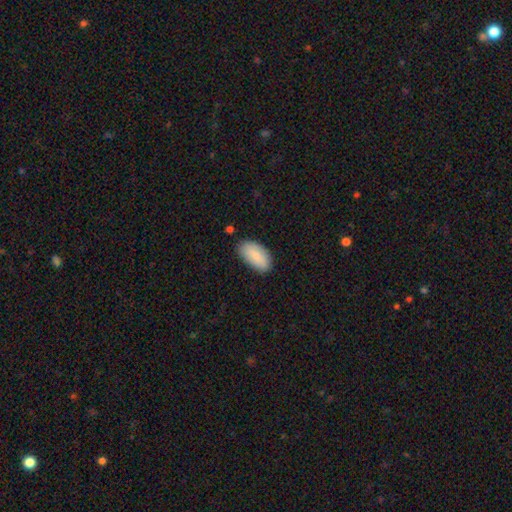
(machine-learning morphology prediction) Overall: smooth (84%). How rounded: in between (94%). Merging: none (83%).